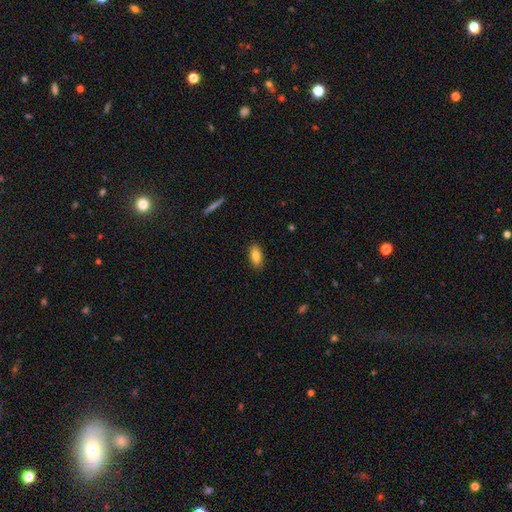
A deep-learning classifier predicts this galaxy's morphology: Q: Smooth or featured?
A: smooth (82%); runner-up: featured or disk (11%)
Q: How rounded?
A: in between (86%); runner-up: cigar-shaped (10%)
Q: Merging?
A: none (87%); runner-up: minor disturbance (9%)